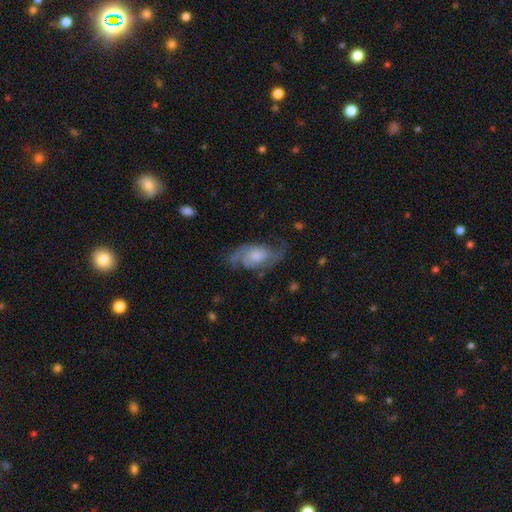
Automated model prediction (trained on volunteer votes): The model was most divided on "bulge size": moderate: 41%, small: 29%, large: 17%, none: 11%, dominant: 2%. Remaining: edge-on disk — no (96%); spiral arms — yes (93%); smooth or featured — featured or disk (78%); spiral arm count — 2 (78%); bar — no (68%); merging — none (63%); spiral winding — medium (47%).